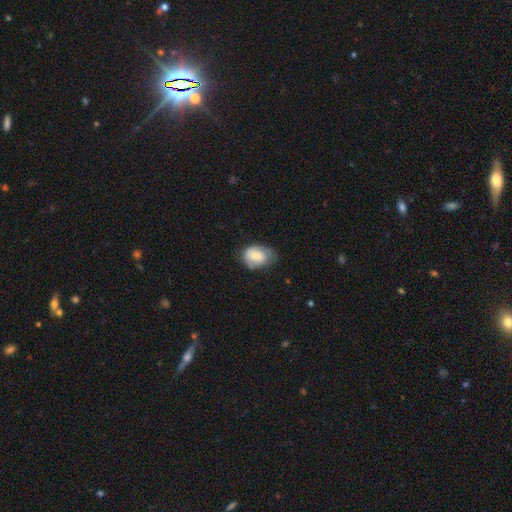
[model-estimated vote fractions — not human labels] This appears to be a smooth galaxy with no disk features (71%) that is in between round and cigar-shaped (75%). Merging: none (53%).